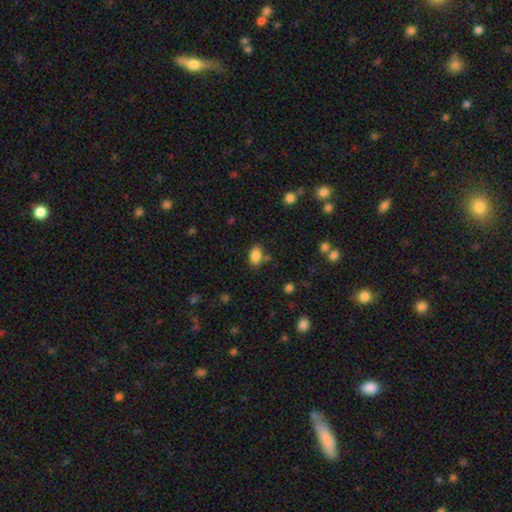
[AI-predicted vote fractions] Morphology: type=smooth (85%); roundness=in between (88%); merging=none (75%).